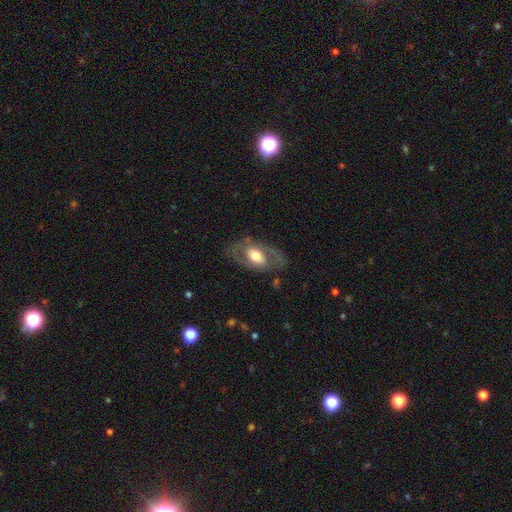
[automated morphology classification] Overall: featured or disk (63%; smooth 32%). Edge-on disk: no (91%). Bar: no (60%; weak 28%). Spiral arms: no (52%; yes 48%). Bulge size: moderate (55%; large 34%). Merging: none (74%).